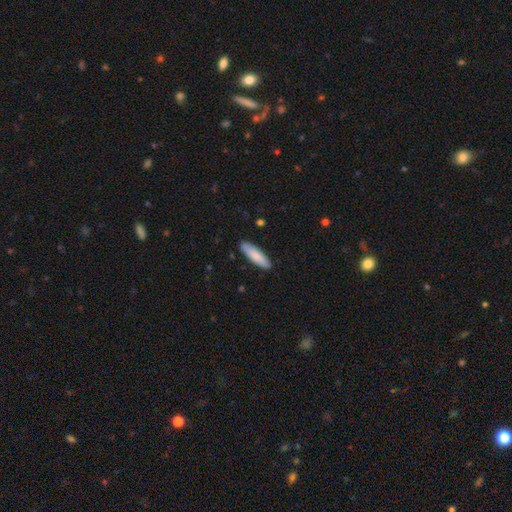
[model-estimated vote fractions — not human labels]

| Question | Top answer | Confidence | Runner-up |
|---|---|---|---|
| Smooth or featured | smooth | 85% | featured or disk (9%) |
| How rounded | cigar-shaped | 63% | in between (36%) |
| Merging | none | 89% | minor disturbance (9%) |